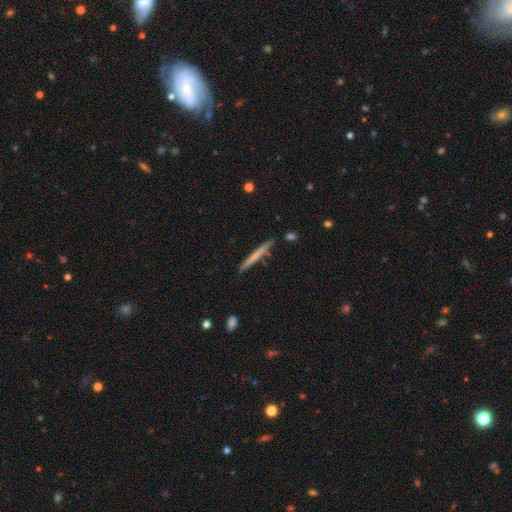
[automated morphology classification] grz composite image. It shows a smooth galaxy with no disk features (57%) that is cigar-shaped (97%). Merging: none (86%).